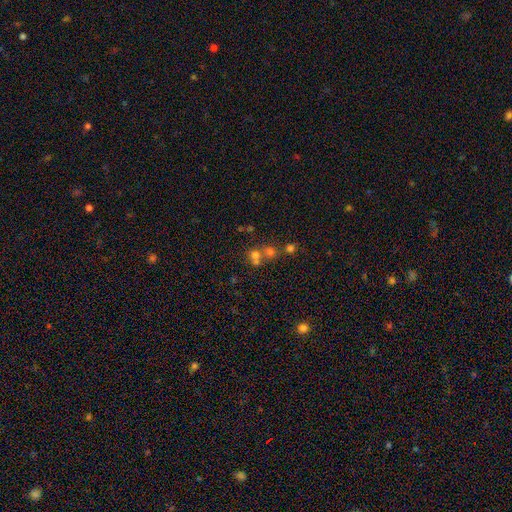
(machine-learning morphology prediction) The model was most divided on "merging": merger: 52%, none: 38%, minor disturbance: 6%, major disturbance: 4%. More confident: how rounded — round (78%); smooth or featured — smooth (63%).